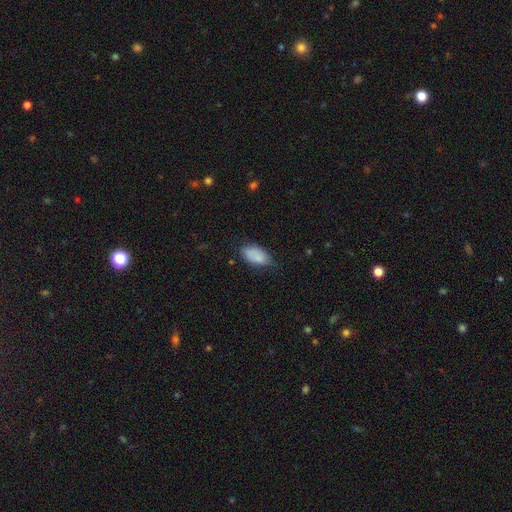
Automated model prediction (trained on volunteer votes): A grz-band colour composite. It shows a smooth galaxy with no disk features (83%) that is in between round and cigar-shaped (93%). Merging: none (61%).